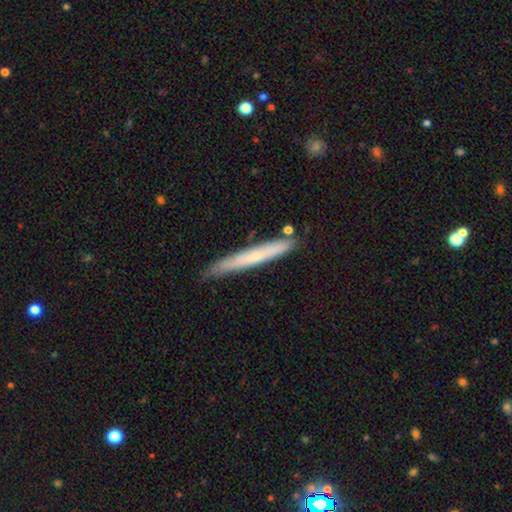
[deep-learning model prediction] smooth-or-featured: smooth: 54% | featured or disk: 40% | star or artifact: 6%
  how-rounded: cigar-shaped: 96% | in between: 3% | round: 1%
  merging: none: 81% | minor disturbance: 14% | merger: 3% | major disturbance: 2%